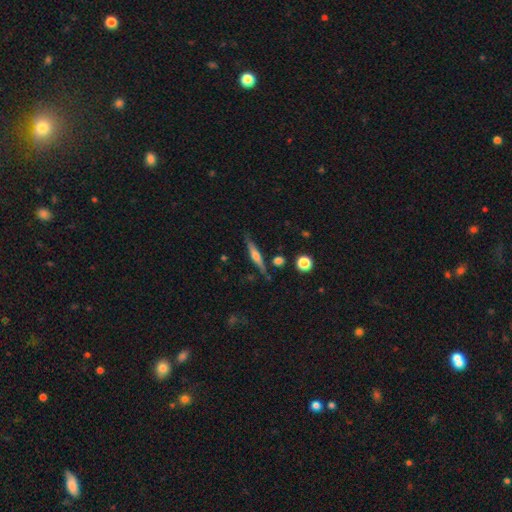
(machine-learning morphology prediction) Overall: featured or disk (60%; smooth 32%). Edge-on disk: yes (96%). Edge-on bulge: rounded (76%). Merging: none (81%).